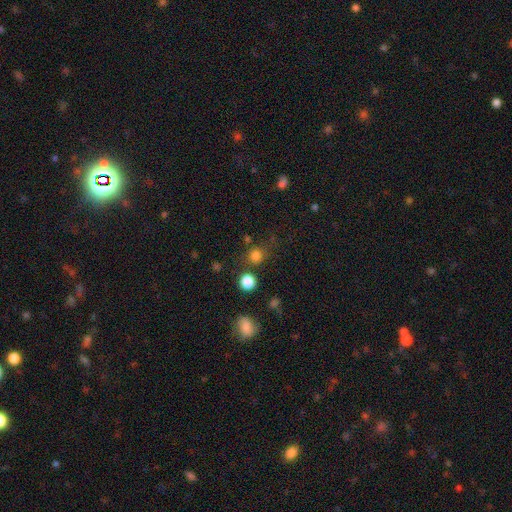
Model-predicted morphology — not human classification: type=smooth (77%); roundness=round (88%); merging=none (76%).